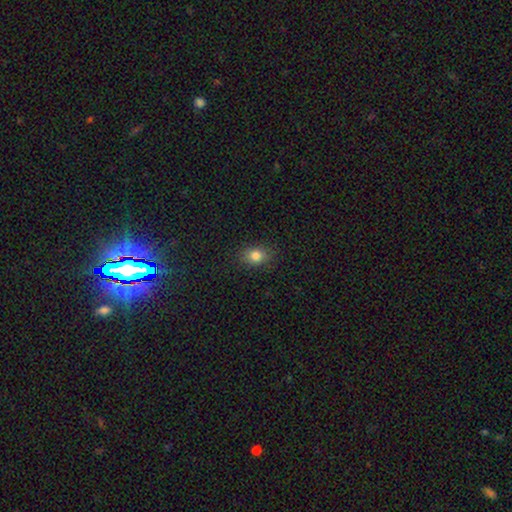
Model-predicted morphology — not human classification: A smooth galaxy with no disk features (82%) that is in between round and cigar-shaped (61%). Merging: none (86%).